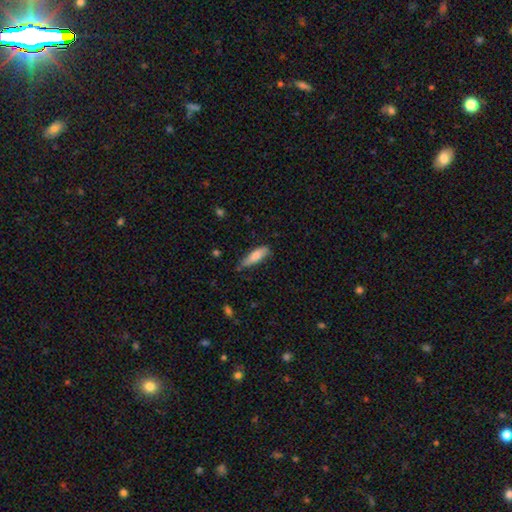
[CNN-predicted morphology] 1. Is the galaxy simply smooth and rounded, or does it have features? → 80% smooth, 15% featured or disk, 6% star or artifact.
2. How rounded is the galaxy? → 54% cigar-shaped, 44% in between, 2% round.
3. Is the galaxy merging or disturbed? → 66% none, 27% minor disturbance, 4% major disturbance, 2% merger.